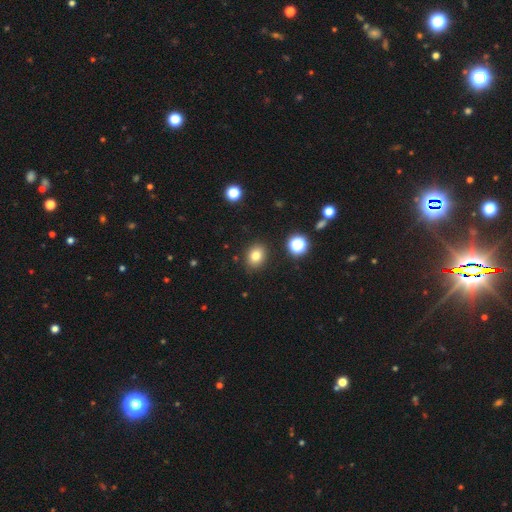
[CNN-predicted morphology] Smooth or featured?
  - smooth: 80% *
  - star or artifact: 13%
  - featured or disk: 7%
How rounded?
  - round: 52% *
  - in between: 47%
  - cigar-shaped: 1%
Merging?
  - none: 87% *
  - minor disturbance: 8%
  - major disturbance: 2%
  - merger: 2%